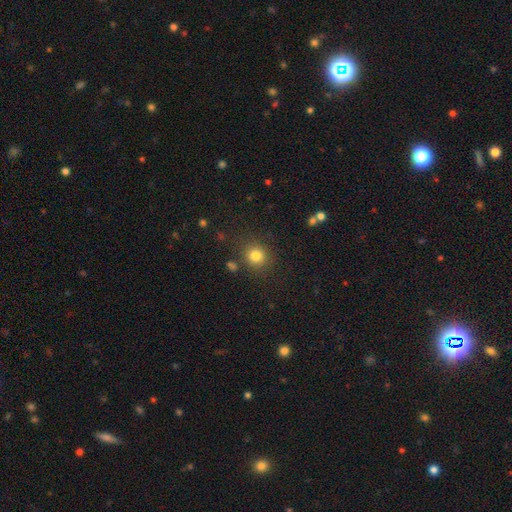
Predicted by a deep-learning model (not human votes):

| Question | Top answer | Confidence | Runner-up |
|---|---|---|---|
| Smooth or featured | smooth | 81% | star or artifact (13%) |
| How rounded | round | 89% | in between (10%) |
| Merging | none | 84% | minor disturbance (9%) |